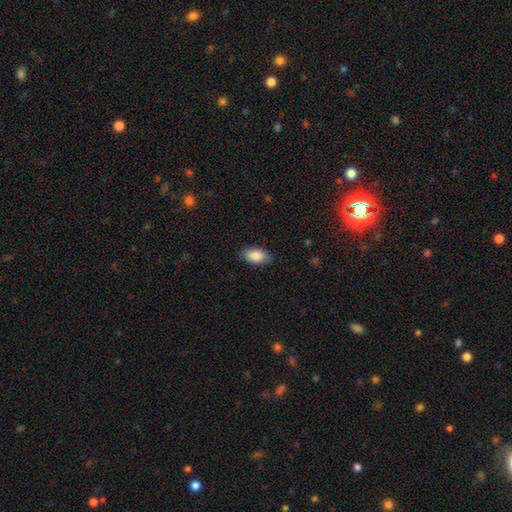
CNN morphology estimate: The model was most divided on "merging": none: 83%, minor disturbance: 13%, major disturbance: 3%, merger: 1%. More confident: how rounded — in between (93%); smooth or featured — smooth (88%).